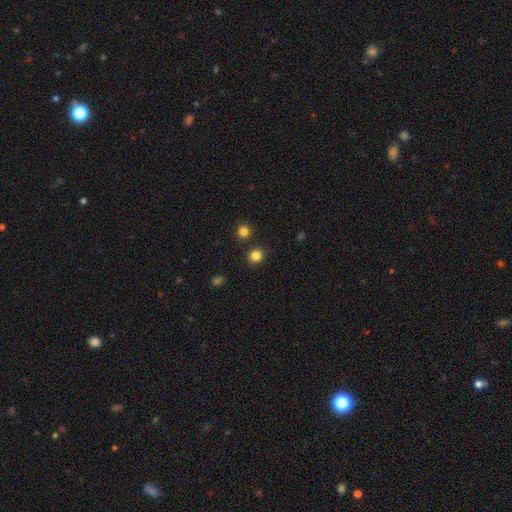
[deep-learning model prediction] This appears to be a smooth galaxy with no disk features (83%) that is round (88%). Merging: none (88%).